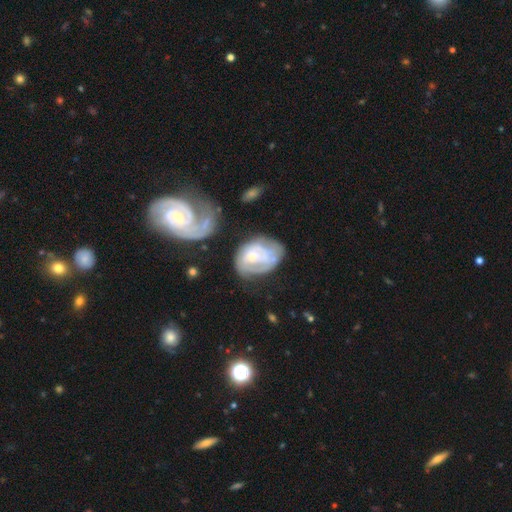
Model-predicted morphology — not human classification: Smooth or featured?
  - featured or disk: 62% *
  - smooth: 31%
  - star or artifact: 7%
Edge-on disk?
  - no: 97% *
  - yes: 3%
Bar?
  - no: 72% *
  - weak: 24%
  - strong: 5%
Spiral arms?
  - yes: 64% *
  - no: 36%
Bulge size?
  - small: 60% *
  - moderate: 27%
  - none: 9%
  - large: 3%
  - dominant: 1%
Merging?
  - none: 38% *
  - minor disturbance: 26%
  - major disturbance: 23%
  - merger: 13%